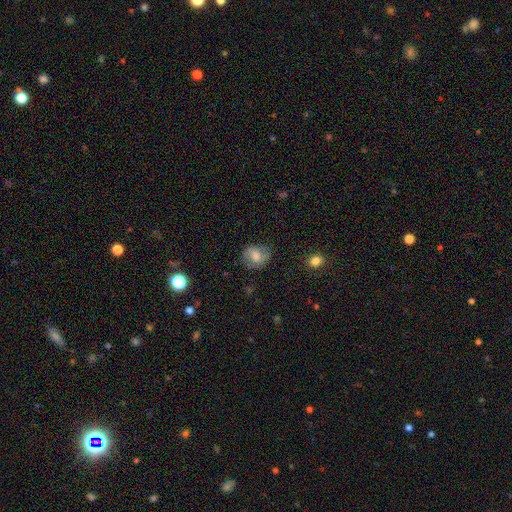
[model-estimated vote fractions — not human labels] A smooth galaxy with no disk features (47%).

Vote fractions:
- Smooth or featured? smooth: 47% / featured or disk: 44% / star or artifact: 10%
- Merging? none: 72% / minor disturbance: 19% / major disturbance: 7% / merger: 2%